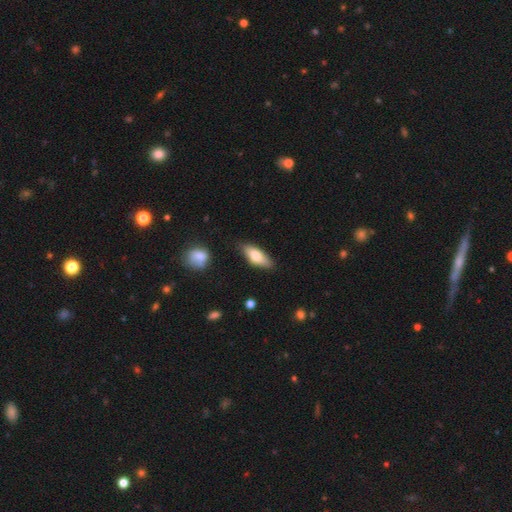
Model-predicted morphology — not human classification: A smooth galaxy with no disk features (72%) that is in between round and cigar-shaped (71%). Merging: none (80%).